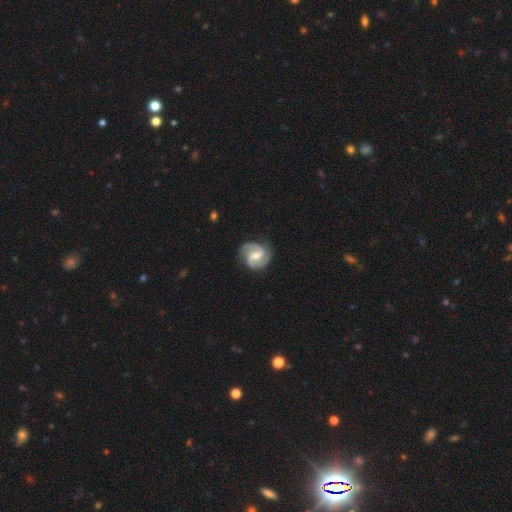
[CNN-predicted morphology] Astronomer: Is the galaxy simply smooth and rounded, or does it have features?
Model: featured or disk — 90%.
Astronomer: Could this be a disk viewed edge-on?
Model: no — 98%.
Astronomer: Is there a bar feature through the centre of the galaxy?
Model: weak — 53%.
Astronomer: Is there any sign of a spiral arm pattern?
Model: yes — 98%.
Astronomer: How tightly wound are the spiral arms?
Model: medium — 52% (runner-up: tight, 37%).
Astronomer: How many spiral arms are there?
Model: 2 — 86%.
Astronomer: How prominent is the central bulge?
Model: moderate — 58%.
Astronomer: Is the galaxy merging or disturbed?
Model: none — 82%.